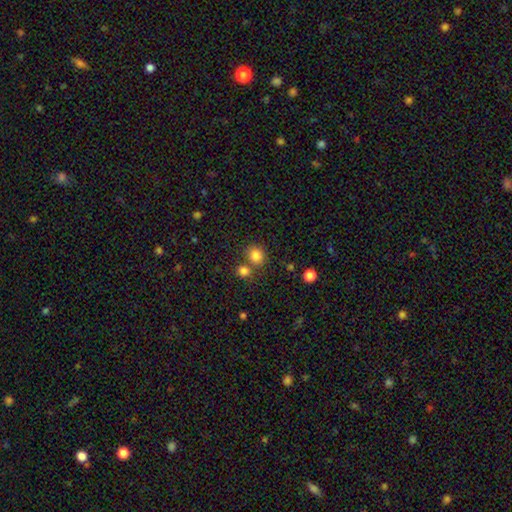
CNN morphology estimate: type=smooth (83%); roundness=round (83%); merging=none (69%).